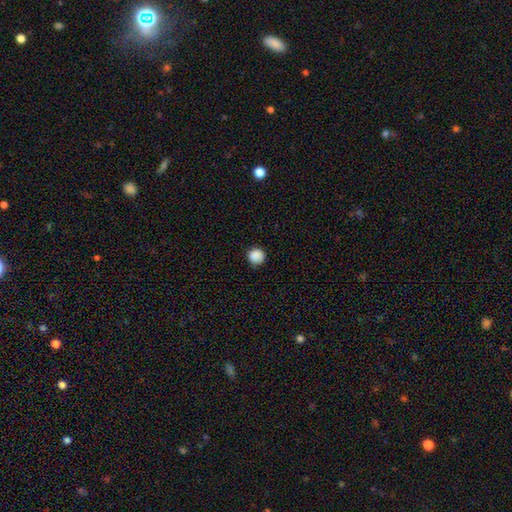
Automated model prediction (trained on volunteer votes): A smooth galaxy with no disk features (88%) that is round (94%). Merging: none (89%).